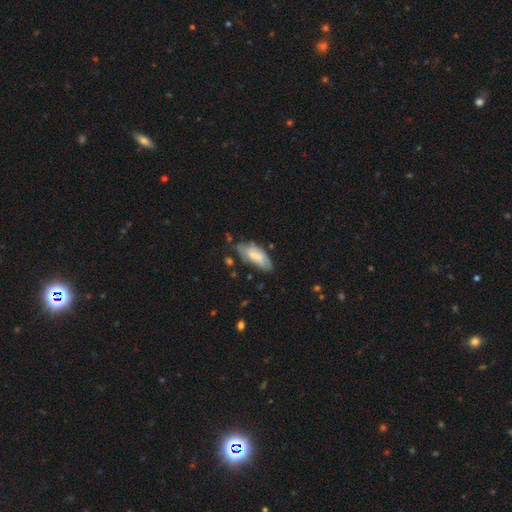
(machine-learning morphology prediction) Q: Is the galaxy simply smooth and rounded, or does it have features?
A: smooth — 58%.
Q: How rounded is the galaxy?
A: in between — 81%.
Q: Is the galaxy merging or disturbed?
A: none — 53%.